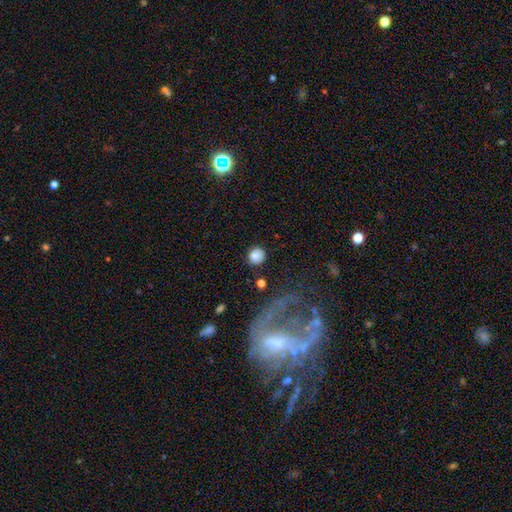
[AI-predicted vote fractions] Smooth or featured: smooth — 83% (star or artifact — 9%)
How rounded: round — 92% (in between — 7%)
Merging: none — 83% (minor disturbance — 11%)